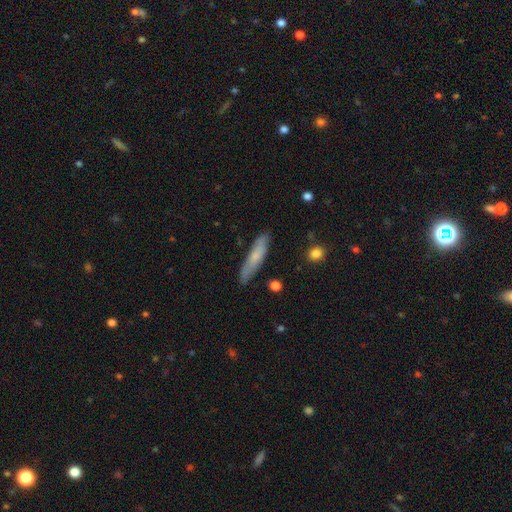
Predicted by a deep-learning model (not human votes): Q: Smooth or featured?
A: smooth (63%); runner-up: featured or disk (31%)
Q: How rounded?
A: cigar-shaped (85%); runner-up: in between (13%)
Q: Merging?
A: none (84%); runner-up: minor disturbance (12%)